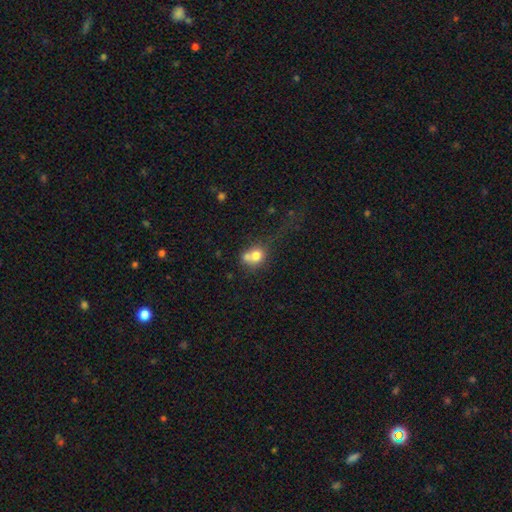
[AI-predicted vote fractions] The model was most divided on "merging": merger: 43%, none: 32%, minor disturbance: 15%, major disturbance: 11%. More confident: smooth or featured — smooth (71%); how rounded — round (63%).